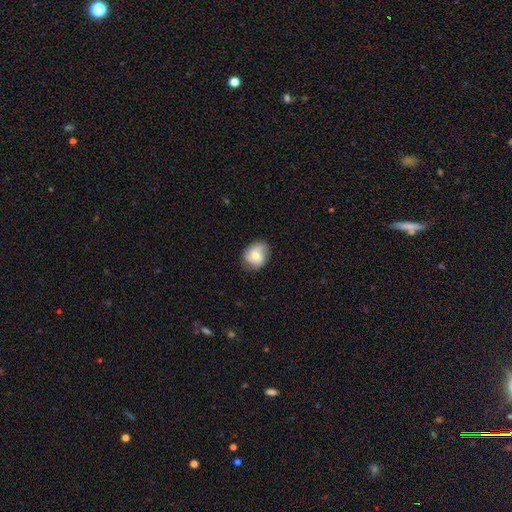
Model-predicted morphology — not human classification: Smooth or featured? Predicted: smooth (p=0.56). How rounded? Predicted: round (p=0.63). Merging? Predicted: none (p=0.75).